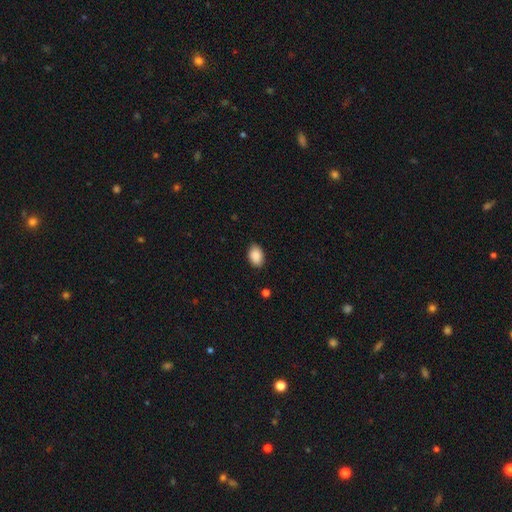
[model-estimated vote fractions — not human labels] Smooth or featured: smooth — 90% (star or artifact — 7%)
How rounded: in between — 85% (round — 14%)
Merging: none — 85% (minor disturbance — 11%)